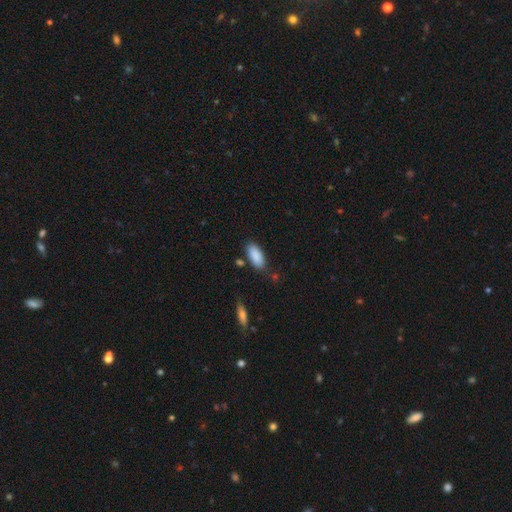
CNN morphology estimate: Smooth or featured: smooth — 89% (star or artifact — 6%)
How rounded: in between — 87% (cigar-shaped — 12%)
Merging: none — 77% (minor disturbance — 15%)